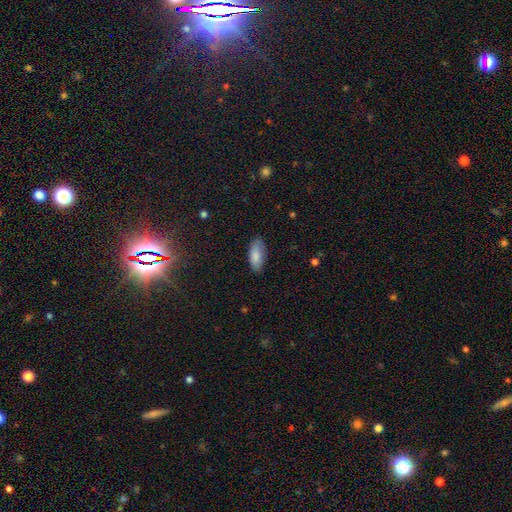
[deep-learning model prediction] The model was most divided on "merging": none: 81%, minor disturbance: 15%, major disturbance: 3%, merger: 1%. More confident: how rounded — in between (87%); smooth or featured — smooth (86%).